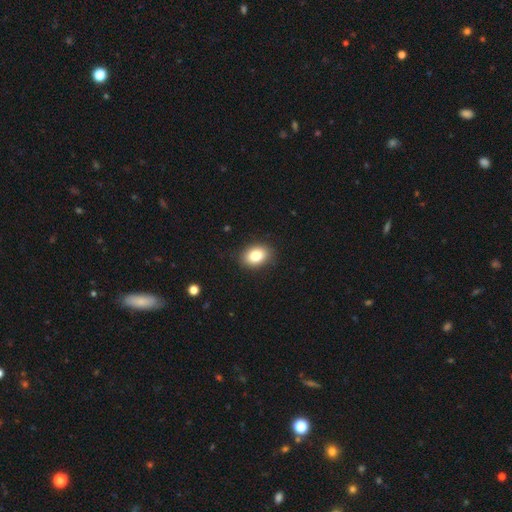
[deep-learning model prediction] Smooth or featured: smooth — 83% (star or artifact — 9%)
How rounded: in between — 74% (round — 25%)
Merging: none — 88% (minor disturbance — 9%)